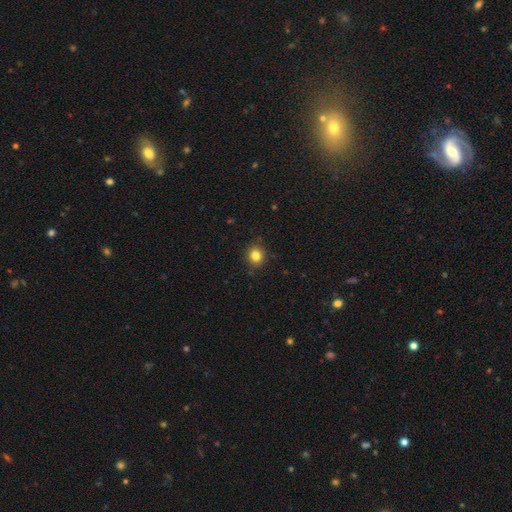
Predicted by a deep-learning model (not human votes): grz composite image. It shows a smooth galaxy with no disk features (82%) that is round (83%). Merging: none (90%).